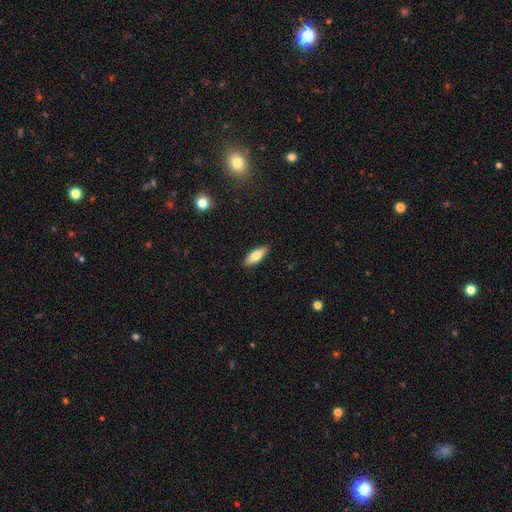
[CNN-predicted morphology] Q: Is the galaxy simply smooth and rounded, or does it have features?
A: smooth — 76%.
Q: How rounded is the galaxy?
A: in between — 71%.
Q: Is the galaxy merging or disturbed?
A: none — 89%.